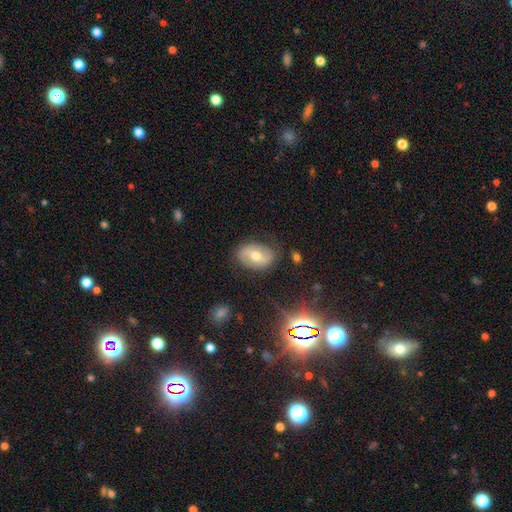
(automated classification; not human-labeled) featured or disk 46% (tied), smooth 46% (tied), star or artifact 8%. Down the decision tree: merging — none (79%).